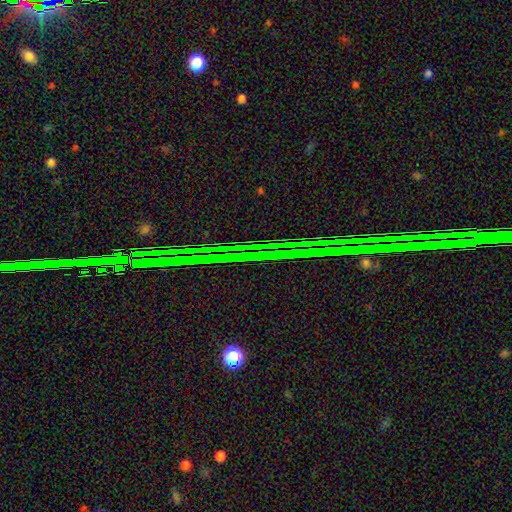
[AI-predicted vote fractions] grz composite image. It shows a star or artifact, not a galaxy (82%).